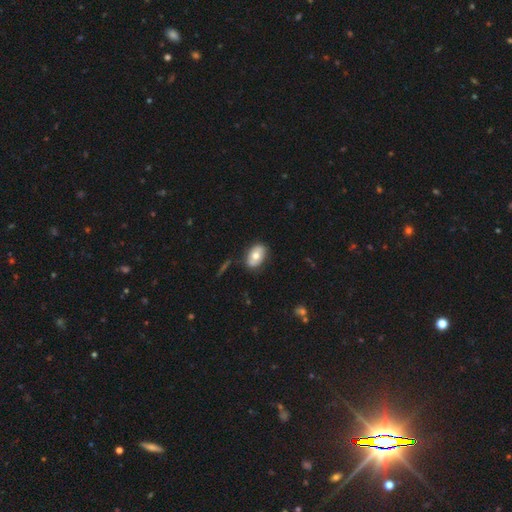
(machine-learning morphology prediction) Smooth or featured: smooth — 66% (featured or disk — 27%)
How rounded: in between — 87% (round — 11%)
Merging: none — 81% (minor disturbance — 14%)